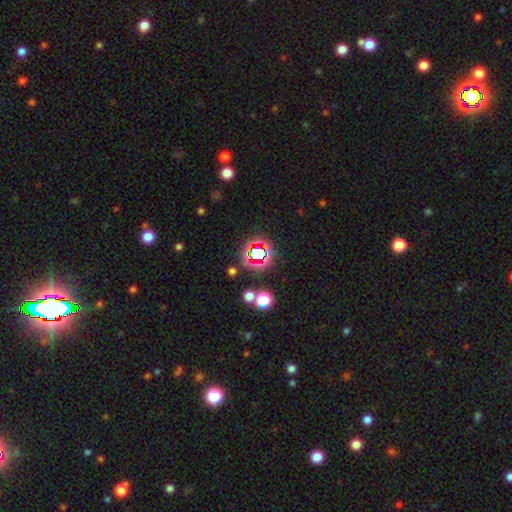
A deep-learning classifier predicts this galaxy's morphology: type=star or artifact (65%).